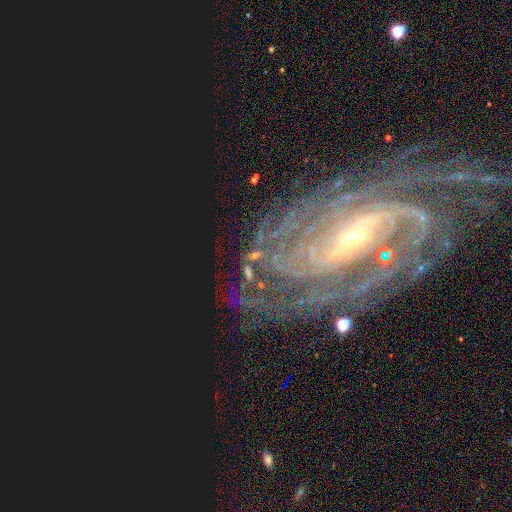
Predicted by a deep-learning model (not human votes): This is clearly a featured or disk galaxy (82%). It is clearly not viewed edge-on (93%). Bar: marginally no (40%). Spiral arm pattern: clearly yes (91%). Spiral arm count: marginally can't tell (34%). Spiral winding: likely tight (74%). Central bulge: likely small (62%). Merging: likely none (71%).